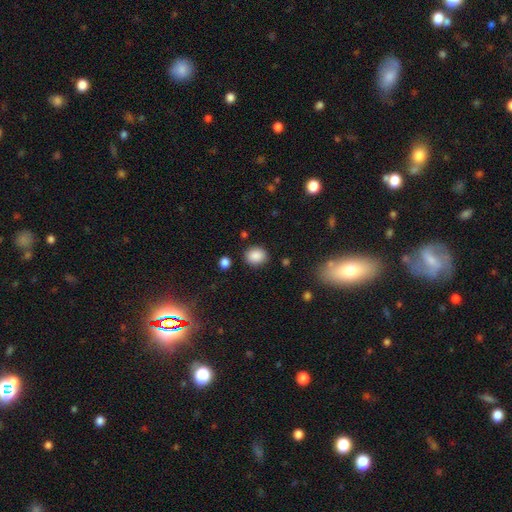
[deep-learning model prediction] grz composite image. It shows a smooth galaxy with no disk features (87%) that is round (62%). Merging: none (84%).